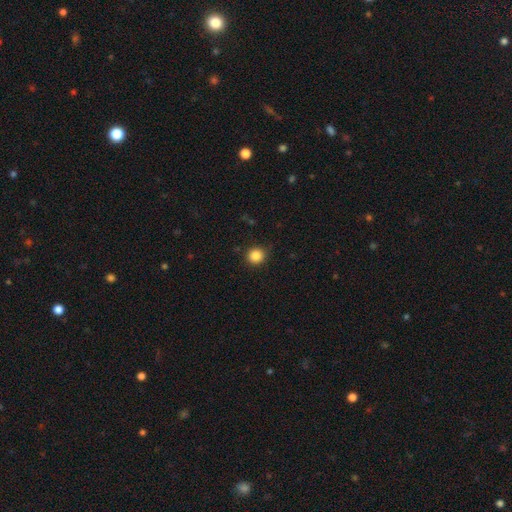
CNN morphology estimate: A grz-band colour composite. It shows a smooth galaxy with no disk features (86%) that is round (90%). Merging: none (88%).